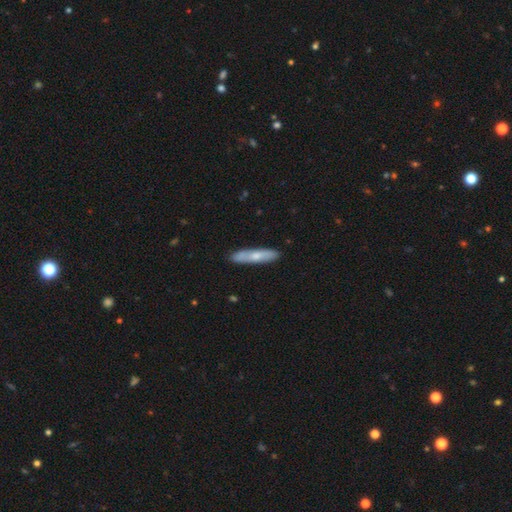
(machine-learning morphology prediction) Smooth or featured: smooth — 59% (featured or disk — 35%)
How rounded: cigar-shaped — 85% (in between — 13%)
Merging: none — 87% (minor disturbance — 10%)